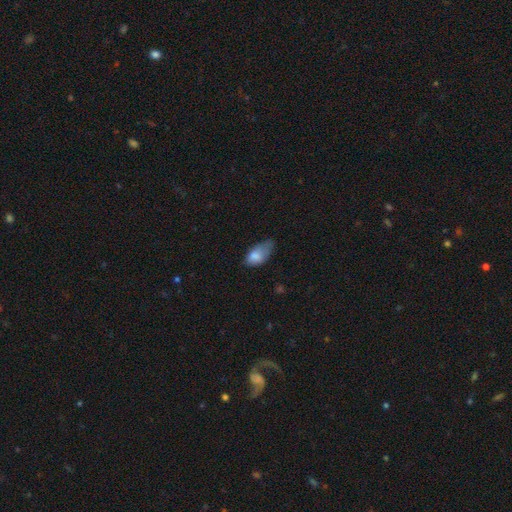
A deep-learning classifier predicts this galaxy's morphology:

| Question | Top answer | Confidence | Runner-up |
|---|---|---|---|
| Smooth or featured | smooth | 79% | featured or disk (13%) |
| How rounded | in between | 91% | round (5%) |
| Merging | minor disturbance | 45% | none (28%) |